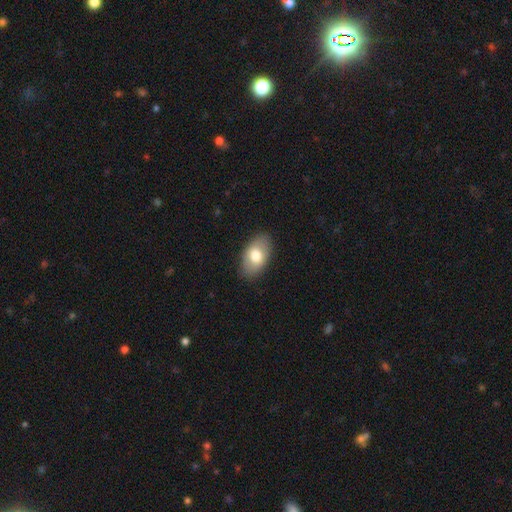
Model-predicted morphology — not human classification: This is likely a smooth galaxy (73%). How rounded: clearly in between (93%). Merging: clearly none (86%).